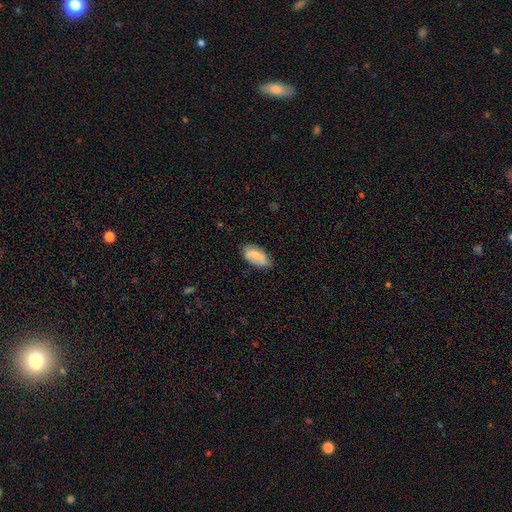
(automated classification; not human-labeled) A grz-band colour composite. It shows a smooth galaxy with no disk features (69%) that is in between round and cigar-shaped (93%). Merging: none (68%).